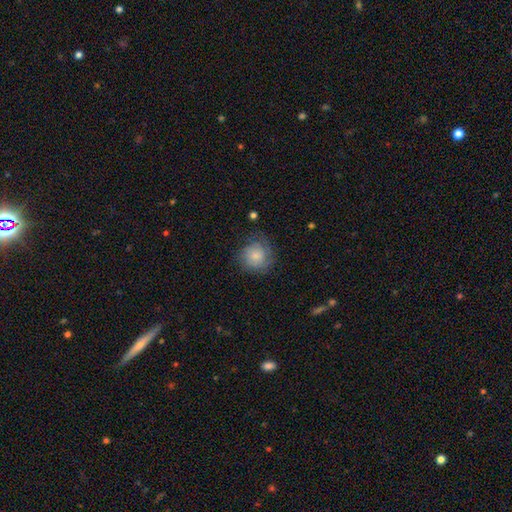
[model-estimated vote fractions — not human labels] Smooth or featured? Predicted: smooth (p=0.73). How rounded? Predicted: round (p=0.89). Merging? Predicted: none (p=0.68).